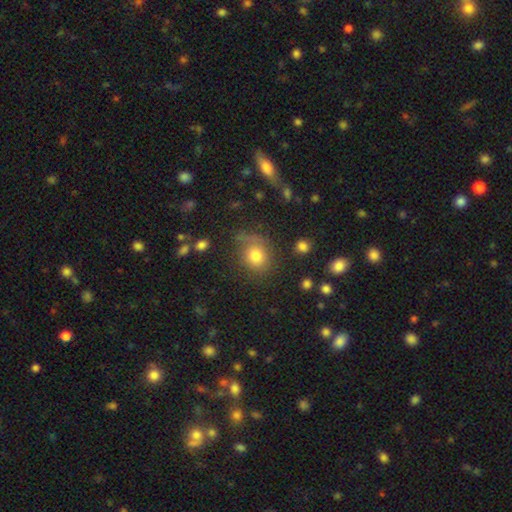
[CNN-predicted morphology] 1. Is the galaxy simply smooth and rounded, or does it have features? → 77% smooth, 13% star or artifact, 10% featured or disk.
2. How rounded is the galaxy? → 70% round, 29% in between, 1% cigar-shaped.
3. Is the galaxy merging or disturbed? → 65% none, 20% minor disturbance, 10% major disturbance, 4% merger.